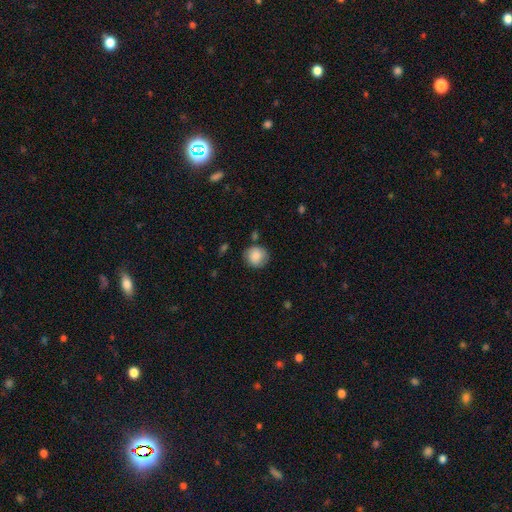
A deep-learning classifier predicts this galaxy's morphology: Q: Smooth or featured?
A: smooth (82%); runner-up: featured or disk (10%)
Q: How rounded?
A: round (88%); runner-up: in between (11%)
Q: Merging?
A: none (77%); runner-up: minor disturbance (16%)